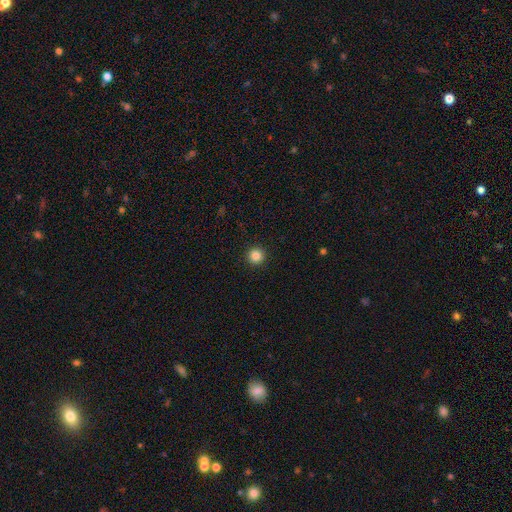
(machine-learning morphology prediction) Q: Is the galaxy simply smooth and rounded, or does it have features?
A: smooth — 85%.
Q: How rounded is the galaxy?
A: round — 96%.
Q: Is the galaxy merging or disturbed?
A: none — 93%.